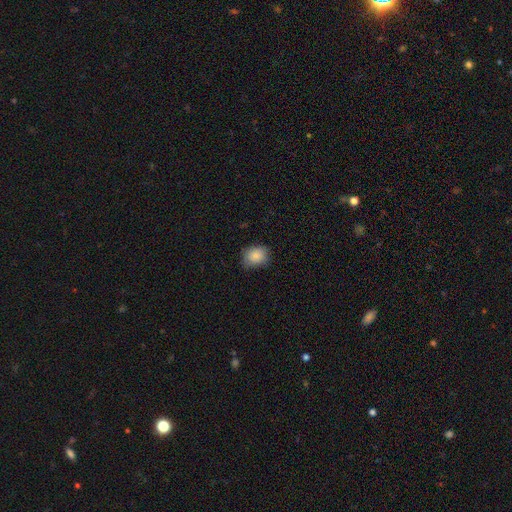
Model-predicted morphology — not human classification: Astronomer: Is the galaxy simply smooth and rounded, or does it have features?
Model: smooth — 86%.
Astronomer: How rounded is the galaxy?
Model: round — 52% (runner-up: in between, 47%).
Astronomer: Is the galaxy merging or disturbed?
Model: none — 74%.